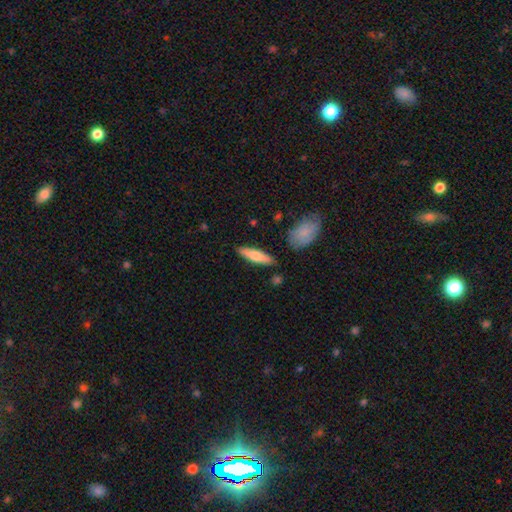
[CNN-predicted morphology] smooth 67%, featured or disk 28%, star or artifact 6%. Down the decision tree: how rounded — cigar-shaped (66%); merging — none (85%).